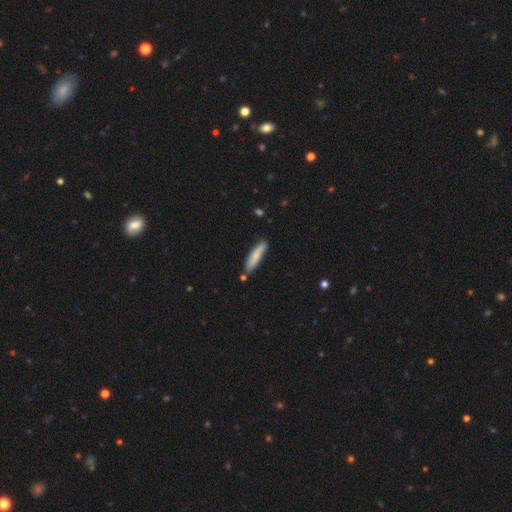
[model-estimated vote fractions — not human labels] Smooth or featured?
  - smooth: 78% *
  - featured or disk: 16%
  - star or artifact: 6%
How rounded?
  - cigar-shaped: 80% *
  - in between: 19%
  - round: 1%
Merging?
  - none: 80% *
  - minor disturbance: 14%
  - merger: 4%
  - major disturbance: 2%